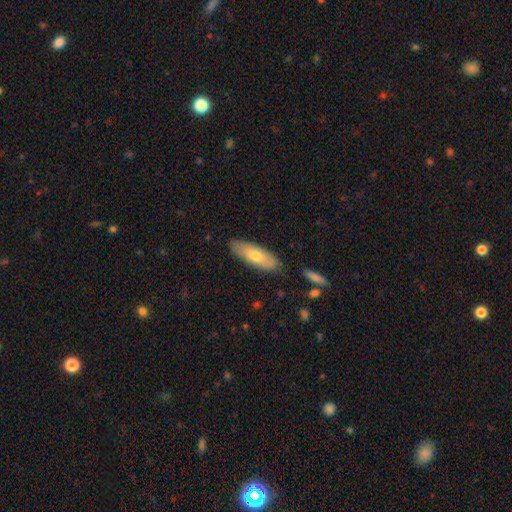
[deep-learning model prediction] A smooth galaxy with no disk features (67%) that is in between round and cigar-shaped (60%). Merging: none (85%).